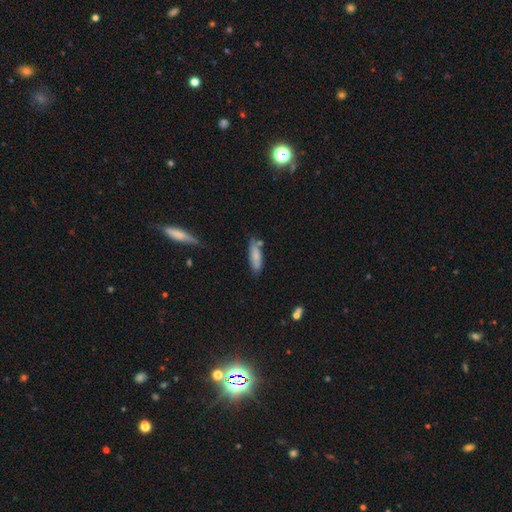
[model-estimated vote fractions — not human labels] smooth-or-featured: smooth: 76% | featured or disk: 17% | star or artifact: 6%
  how-rounded: cigar-shaped: 51% | in between: 47% | round: 2%
  merging: none: 70% | minor disturbance: 19% | merger: 7% | major disturbance: 4%